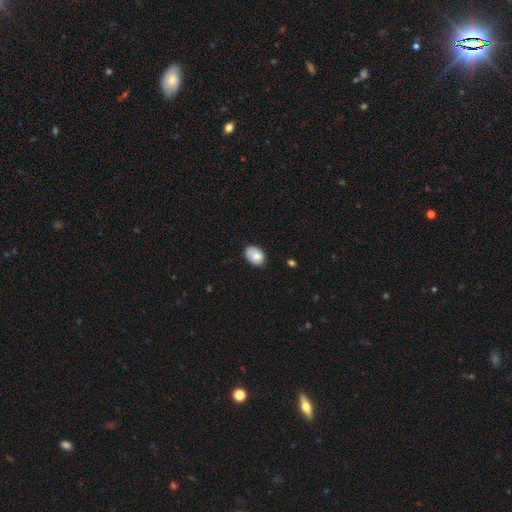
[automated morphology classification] Smooth or featured?
  - smooth: 82% *
  - featured or disk: 10%
  - star or artifact: 7%
How rounded?
  - in between: 78% *
  - round: 21%
  - cigar-shaped: 1%
Merging?
  - none: 64% *
  - minor disturbance: 28%
  - major disturbance: 6%
  - merger: 2%